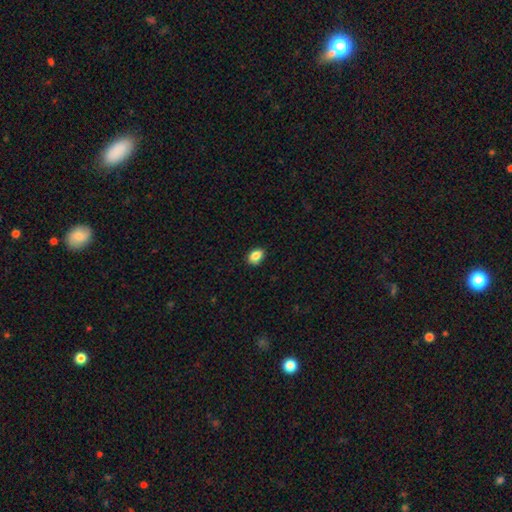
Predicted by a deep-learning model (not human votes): Smooth or featured? Predicted: smooth (p=0.86). How rounded? Predicted: in between (p=0.79). Merging? Predicted: none (p=0.84).